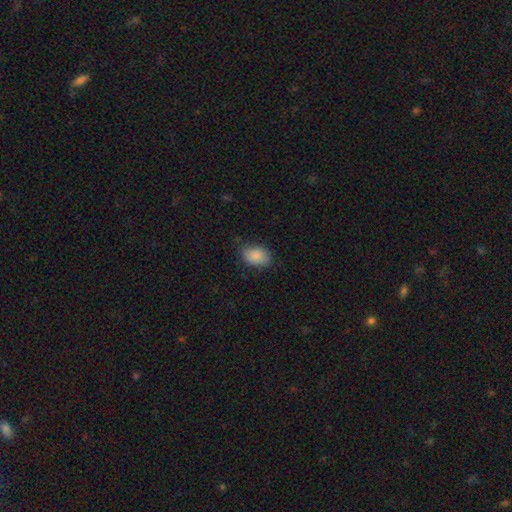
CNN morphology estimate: A smooth galaxy with no disk features (87%) that is in between round and cigar-shaped (84%). Merging: none (73%).